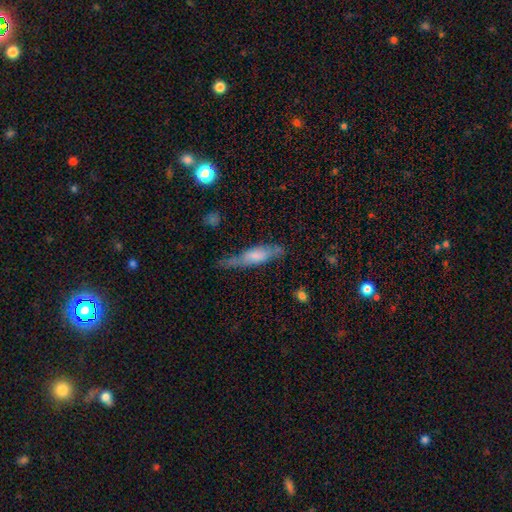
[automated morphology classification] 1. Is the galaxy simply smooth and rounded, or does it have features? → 52% smooth, 40% featured or disk, 8% star or artifact.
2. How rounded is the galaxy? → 69% cigar-shaped, 29% in between, 2% round.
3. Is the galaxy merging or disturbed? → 55% none, 29% minor disturbance, 13% major disturbance, 4% merger.